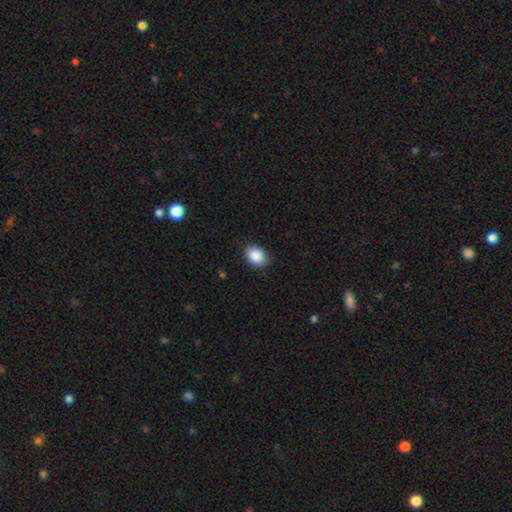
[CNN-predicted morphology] A smooth galaxy with no disk features (88%) that is in between round and cigar-shaped (69%).

Vote fractions:
- Smooth or featured? smooth: 88% / star or artifact: 8% / featured or disk: 4%
- How rounded? in between: 69% / round: 30% / cigar-shaped: 1%
- Merging? none: 84% / minor disturbance: 13% / major disturbance: 2% / merger: 1%